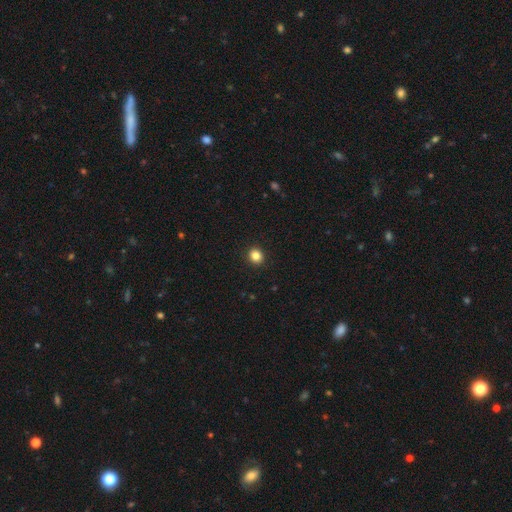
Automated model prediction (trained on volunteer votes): Q: Smooth or featured?
A: smooth (85%); runner-up: star or artifact (11%)
Q: How rounded?
A: round (85%); runner-up: in between (14%)
Q: Merging?
A: none (93%); runner-up: minor disturbance (5%)